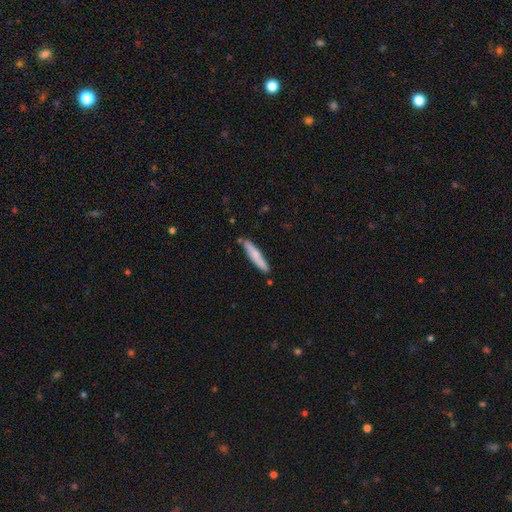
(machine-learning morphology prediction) This is likely a smooth galaxy (69%). How rounded: clearly cigar-shaped (91%). Merging: clearly none (82%).